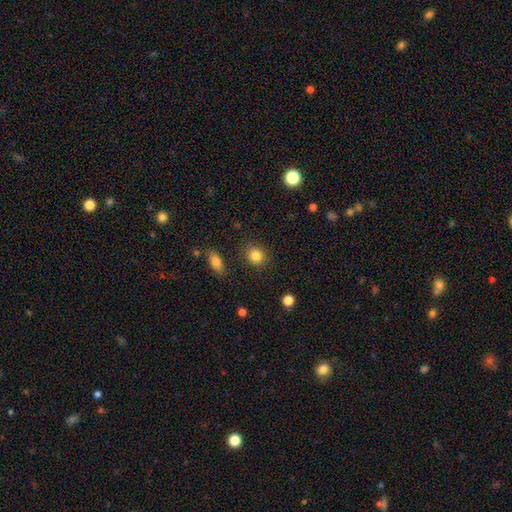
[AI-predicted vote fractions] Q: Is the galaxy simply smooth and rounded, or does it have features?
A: smooth — 85%.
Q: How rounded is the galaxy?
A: round — 78%.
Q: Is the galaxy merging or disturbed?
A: none — 86%.